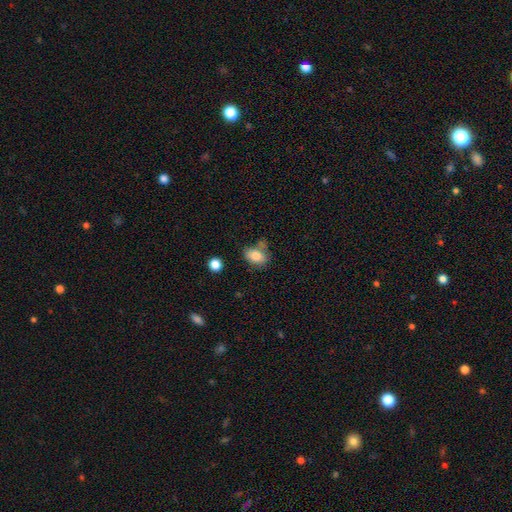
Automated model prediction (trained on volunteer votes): Morphology: type=smooth (82%); roundness=in between (77%); merging=none (57%).